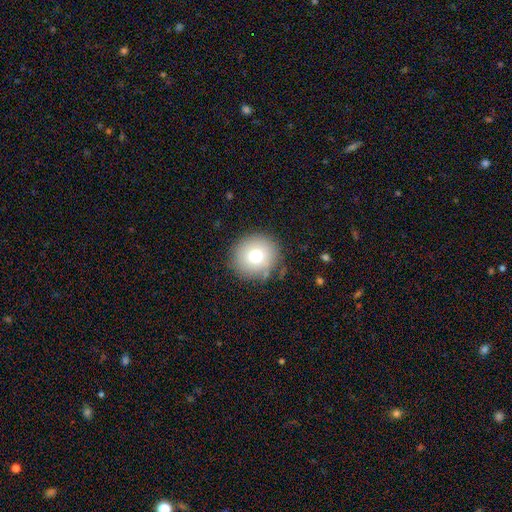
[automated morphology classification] A smooth galaxy with no disk features (74%) that is round (91%). Merging: none (85%).